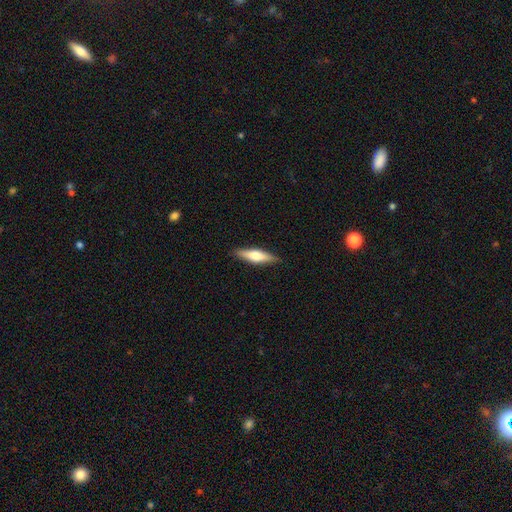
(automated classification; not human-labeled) smooth_or_featured: smooth (p=0.50) [alt: featured or disk p=0.44]
how_rounded: cigar-shaped (p=0.68) [alt: in between p=0.30]
merging: none (p=0.89) [alt: minor disturbance p=0.09]